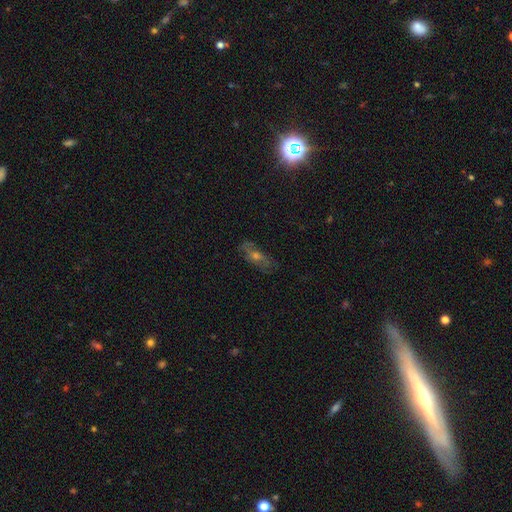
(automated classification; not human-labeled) A featured or disk galaxy (45%). Merging: none (75%).